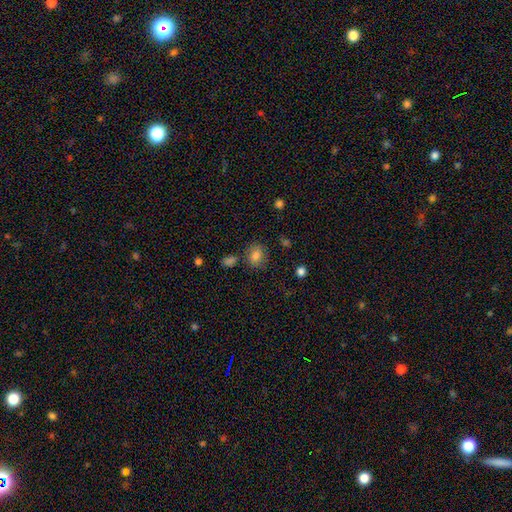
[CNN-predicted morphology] This appears to be a smooth galaxy with no disk features (81%) that is round (61%). Merging: none (75%).